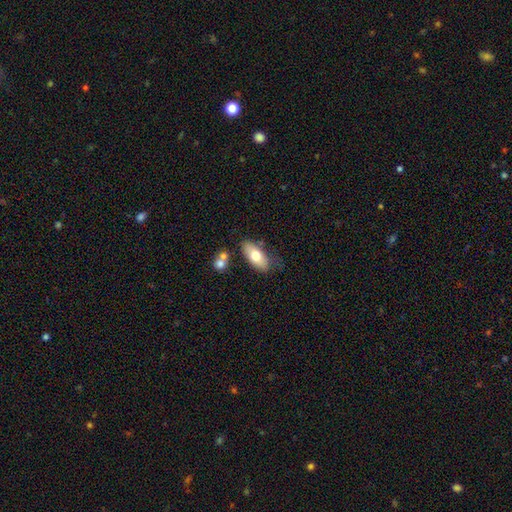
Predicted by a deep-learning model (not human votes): A smooth galaxy with no disk features (70%) that is in between round and cigar-shaped (86%). Merging: none (64%).